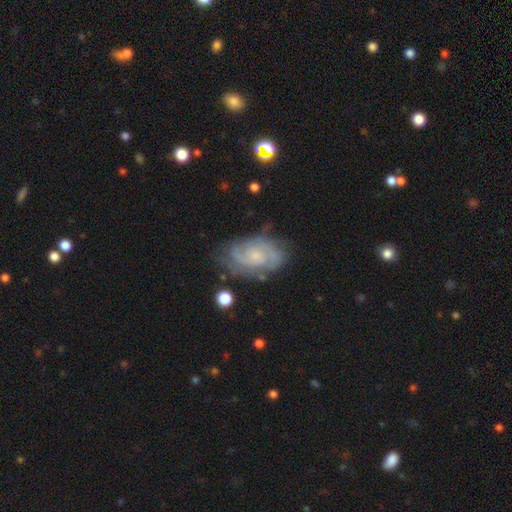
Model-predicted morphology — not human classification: This appears to be a featured or disk galaxy (79%) with no bar (65%), 2 (53%) tight (47%) spiral arms (93%) and a small central bulge (58%). Merging: none (70%).